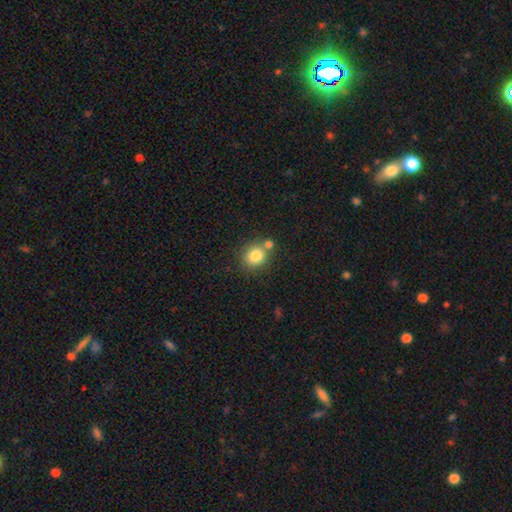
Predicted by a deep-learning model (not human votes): Smooth or featured? smooth (82%)
How rounded? round (81%)
Merging? none (65%)